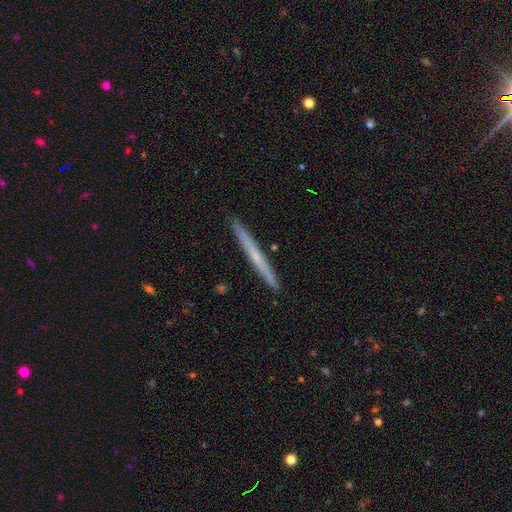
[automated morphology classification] type=featured or disk (48%); merging=none (92%).